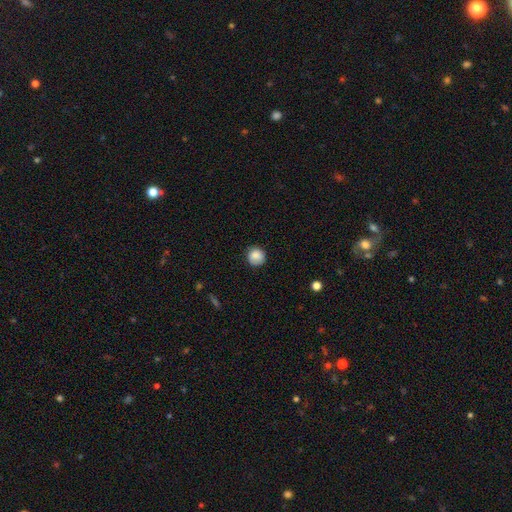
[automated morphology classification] This is clearly a smooth galaxy (86%). How rounded: clearly round (91%). Merging: clearly none (82%).